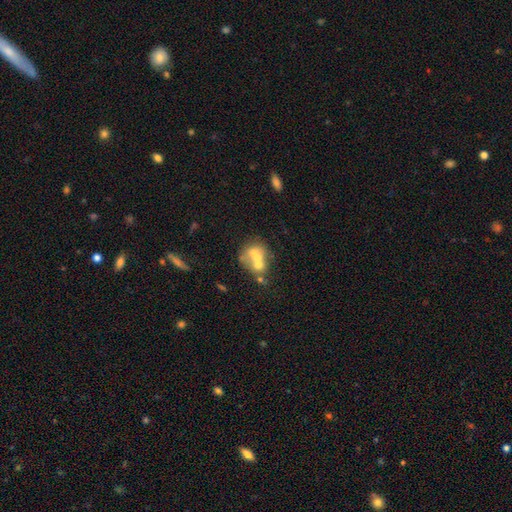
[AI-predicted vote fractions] This appears to be a smooth galaxy with no disk features (51%) that is round (60%). Merging: merger (57%).